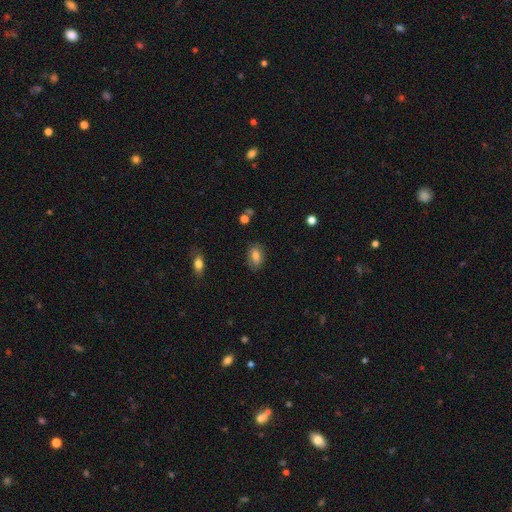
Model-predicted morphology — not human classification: smooth-or-featured: smooth: 77% | featured or disk: 14% | star or artifact: 9%
  how-rounded: in between: 86% | round: 12% | cigar-shaped: 2%
  merging: none: 82% | minor disturbance: 13% | major disturbance: 3% | merger: 2%